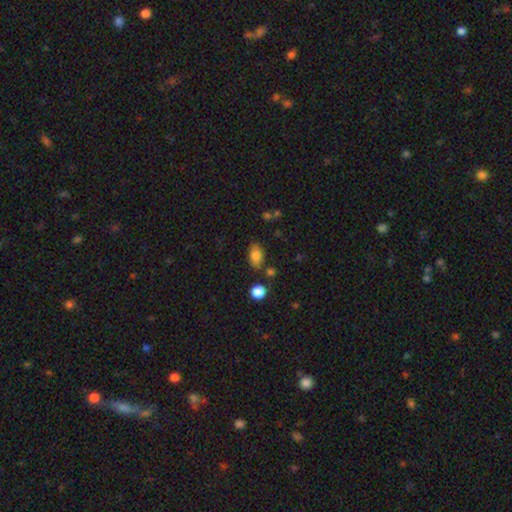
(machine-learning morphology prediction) Q: Smooth or featured?
A: smooth (81%); runner-up: star or artifact (10%)
Q: How rounded?
A: in between (87%); runner-up: round (10%)
Q: Merging?
A: none (77%); runner-up: minor disturbance (13%)